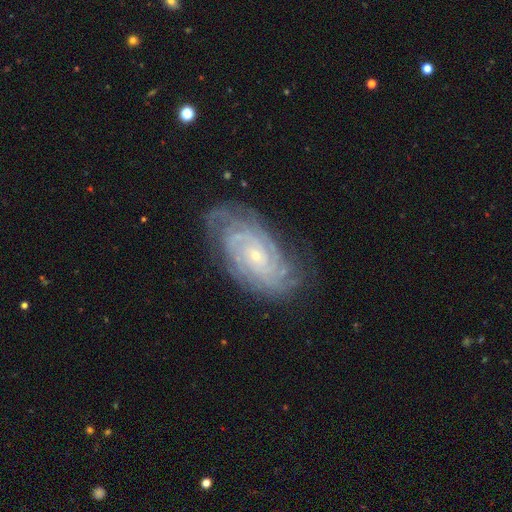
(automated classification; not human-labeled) Smooth or featured? Predicted: featured or disk (p=0.88). Edge-on disk? Predicted: no (p=0.96). Bar? Predicted: no (p=0.74). Spiral arms? Predicted: yes (p=0.98). Spiral winding? Predicted: tight (p=0.80). Spiral arm count? Predicted: can't tell (p=0.27). Bulge size? Predicted: small (p=0.81). Merging? Predicted: none (p=0.77).